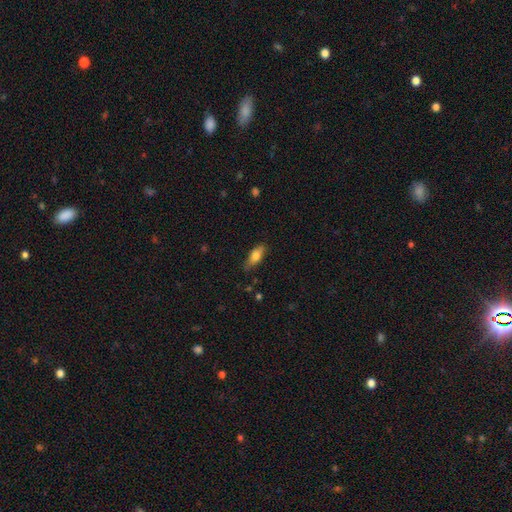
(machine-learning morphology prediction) A smooth galaxy with no disk features (74%) that is in between round and cigar-shaped (75%). Merging: none (78%).